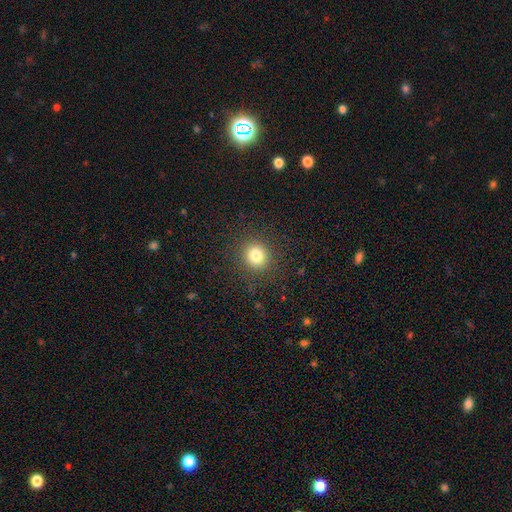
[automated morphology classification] Q: Smooth or featured?
A: smooth (80%); runner-up: star or artifact (13%)
Q: How rounded?
A: round (90%); runner-up: in between (9%)
Q: Merging?
A: none (89%); runner-up: minor disturbance (7%)